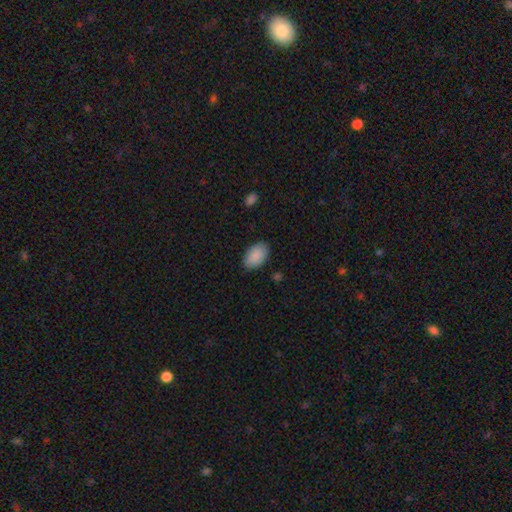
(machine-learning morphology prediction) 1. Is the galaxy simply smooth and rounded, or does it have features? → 90% smooth, 6% star or artifact, 4% featured or disk.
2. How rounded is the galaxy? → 93% in between, 6% round, 1% cigar-shaped.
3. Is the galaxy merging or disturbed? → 85% none, 11% minor disturbance, 2% major disturbance, 1% merger.